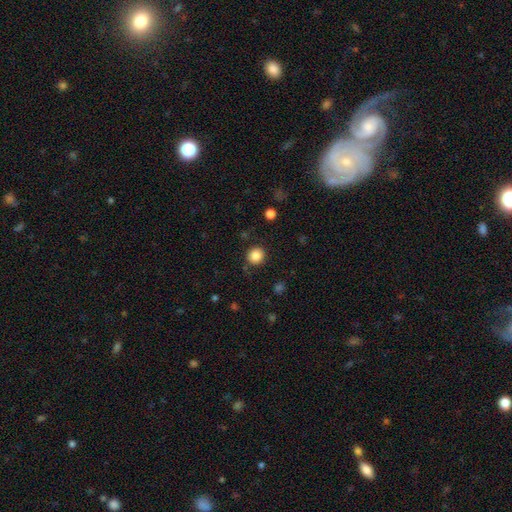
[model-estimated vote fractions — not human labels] This appears to be a smooth galaxy with no disk features (85%) that is round (92%). Merging: none (89%).